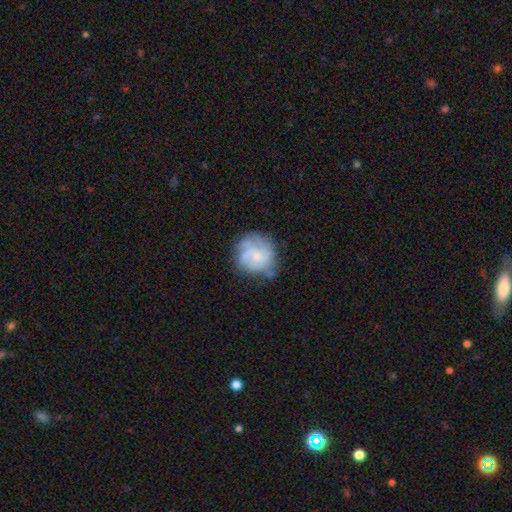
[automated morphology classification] smooth-or-featured: featured or disk: 65% | smooth: 27% | star or artifact: 8%
  disk-edge-on: no: 98% | yes: 2%
    bar: no: 75% | weak: 22% | strong: 3%
    has-spiral-arms: yes: 81% | no: 19%
      spiral-winding: tight: 49% | medium: 37% | loose: 15%
      spiral-arm-count: can't tell: 37% | 3: 27% | 2: 14% | 4: 12% | 1: 5% | more than 4: 5%
    bulge-size: small: 56% | moderate: 29% | none: 11% | large: 2% | dominant: 1%
  merging: none: 60% | minor disturbance: 24% | major disturbance: 13% | merger: 4%